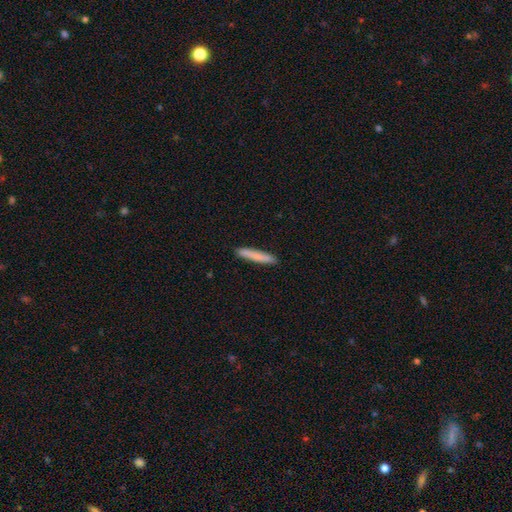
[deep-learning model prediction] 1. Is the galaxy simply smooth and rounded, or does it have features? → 81% smooth, 14% featured or disk, 6% star or artifact.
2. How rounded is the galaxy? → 95% cigar-shaped, 4% in between, 1% round.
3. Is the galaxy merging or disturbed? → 91% none, 6% minor disturbance, 1% major disturbance, 1% merger.